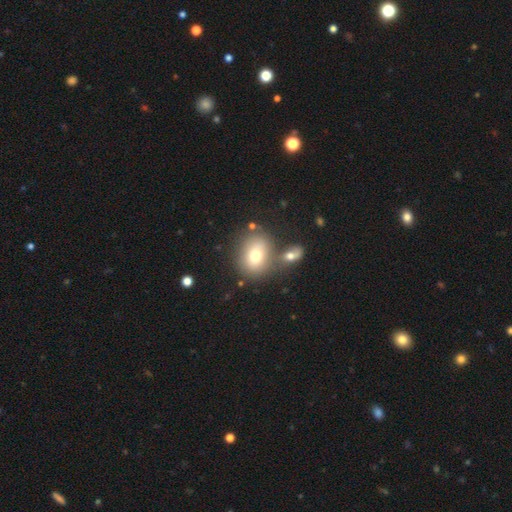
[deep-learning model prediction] Smooth or featured? smooth (72%)
How rounded? in between (51%)
Merging? none (58%)